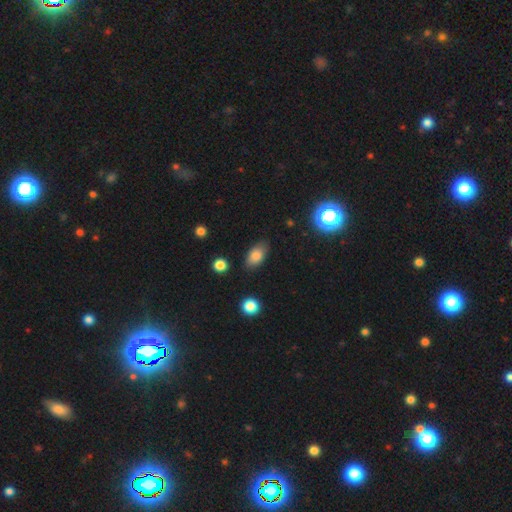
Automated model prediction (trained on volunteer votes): smooth_or_featured: smooth (p=0.81) [alt: featured or disk p=0.10]
how_rounded: in between (p=0.89) [alt: round p=0.07]
merging: none (p=0.83) [alt: minor disturbance p=0.12]